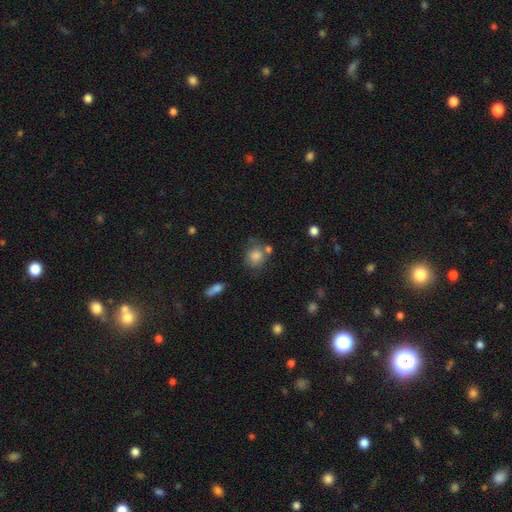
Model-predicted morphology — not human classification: This appears to be a smooth galaxy with no disk features (82%) that is round (76%). Merging: none (57%).